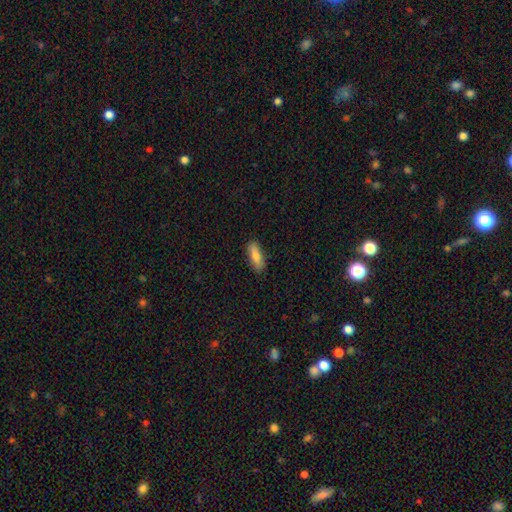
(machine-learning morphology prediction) Q: Smooth or featured?
A: smooth (76%); runner-up: featured or disk (18%)
Q: How rounded?
A: in between (57%); runner-up: cigar-shaped (40%)
Q: Merging?
A: none (87%); runner-up: minor disturbance (10%)